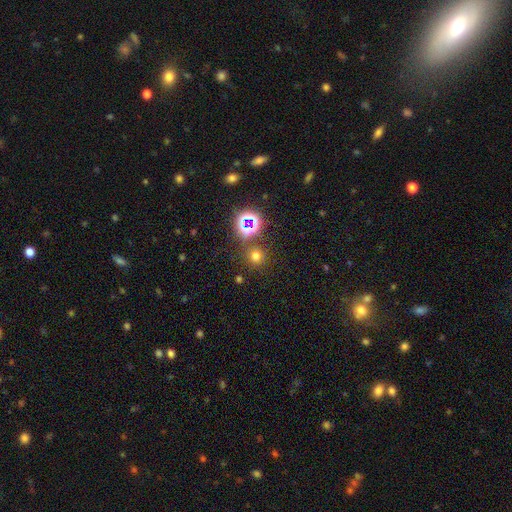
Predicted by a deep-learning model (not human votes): smooth 64%, star or artifact 29%, featured or disk 7%. Down the decision tree: how rounded — round (92%); merging — none (82%).